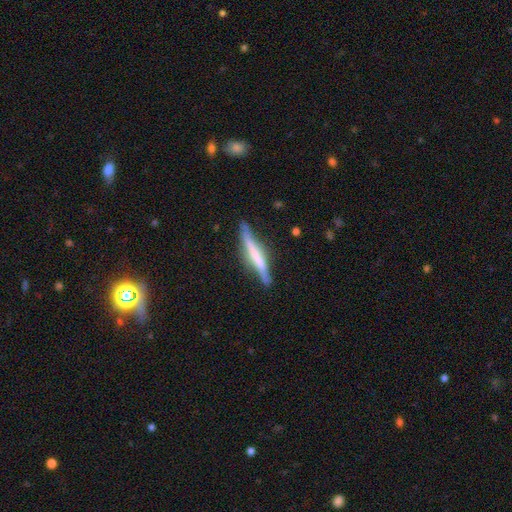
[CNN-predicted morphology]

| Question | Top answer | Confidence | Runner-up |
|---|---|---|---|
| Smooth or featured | featured or disk | 58% | smooth (36%) |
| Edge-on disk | yes | 94% | no (6%) |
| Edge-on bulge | none | 47% | boxy (29%) |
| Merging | none | 77% | minor disturbance (17%) |